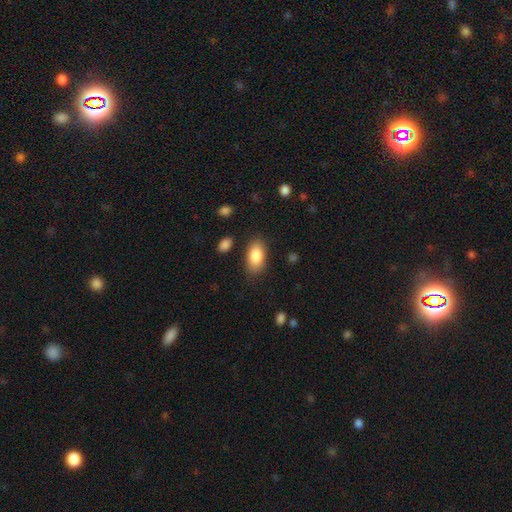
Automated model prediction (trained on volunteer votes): Smooth or featured? smooth (87%)
How rounded? in between (93%)
Merging? none (82%)